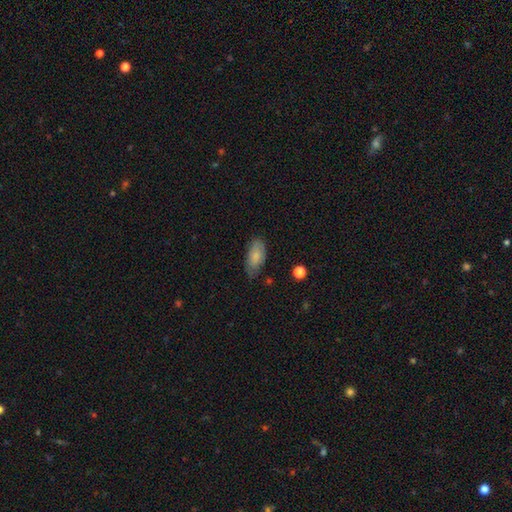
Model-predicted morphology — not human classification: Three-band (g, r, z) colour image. It shows a smooth galaxy with no disk features (79%) that is in between round and cigar-shaped (91%). Merging: none (68%).